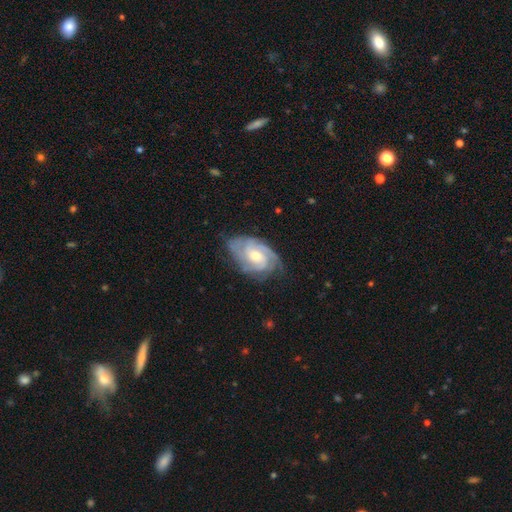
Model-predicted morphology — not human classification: This is clearly a featured or disk galaxy (86%). It is clearly not viewed edge-on (97%). Bar: possibly no (58%). Spiral arm pattern: clearly yes (97%). Spiral arm count: marginally 3 (32%). Spiral winding: likely tight (61%). Central bulge: possibly moderate (57%). Merging: likely none (69%).